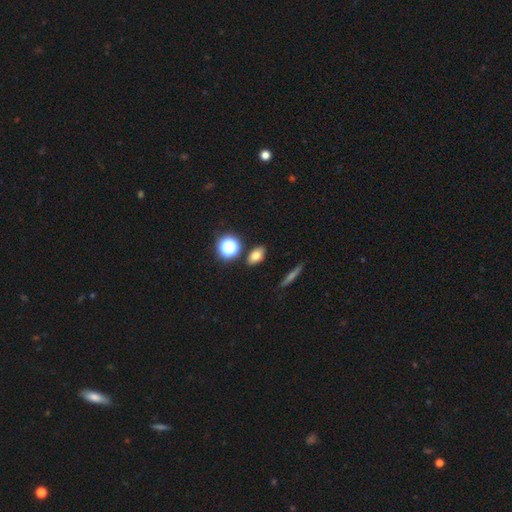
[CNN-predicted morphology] Overall: smooth (73%). How rounded: in between (78%). Merging: none (84%).